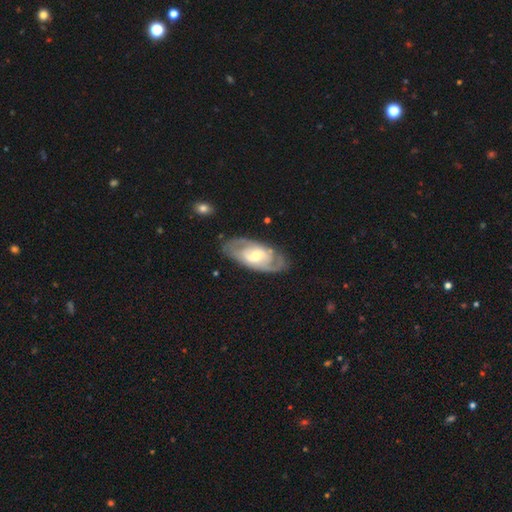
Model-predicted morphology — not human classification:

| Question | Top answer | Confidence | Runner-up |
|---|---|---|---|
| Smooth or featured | featured or disk | 77% | smooth (18%) |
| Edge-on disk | no | 92% | yes (8%) |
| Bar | weak | 43% | no (38%) |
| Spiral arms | yes | 80% | no (20%) |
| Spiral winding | tight | 47% | medium (38%) |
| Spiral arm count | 2 | 62% | can't tell (26%) |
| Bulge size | moderate | 58% | small (33%) |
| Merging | none | 77% | minor disturbance (15%) |